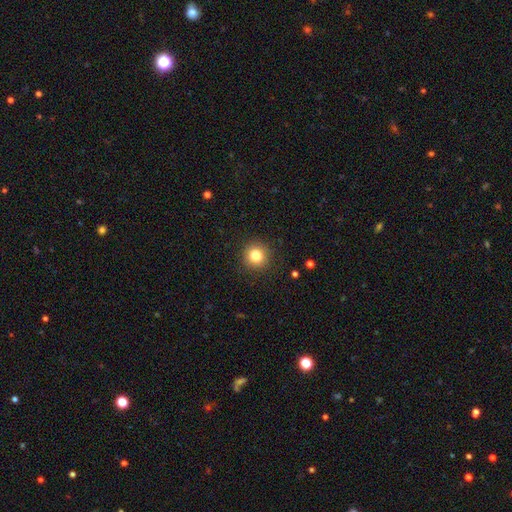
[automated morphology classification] A smooth galaxy with no disk features (81%) that is round (94%).

Vote fractions:
- Smooth or featured? smooth: 81% / star or artifact: 12% / featured or disk: 7%
- How rounded? round: 94% / in between: 5% / cigar-shaped: 1%
- Merging? none: 91% / minor disturbance: 6% / major disturbance: 2% / merger: 1%